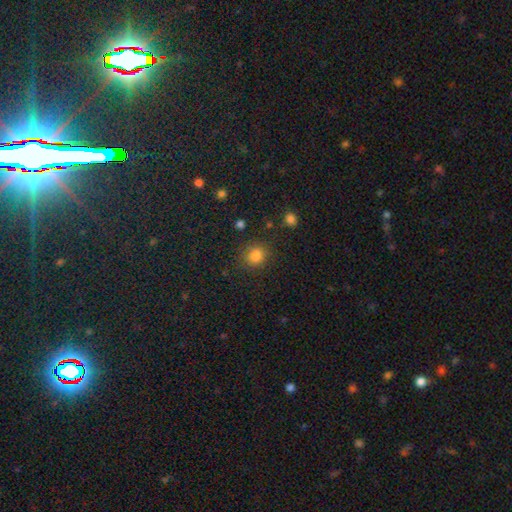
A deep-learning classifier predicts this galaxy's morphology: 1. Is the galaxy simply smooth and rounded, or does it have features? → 82% smooth, 13% star or artifact, 5% featured or disk.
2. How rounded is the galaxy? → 77% round, 22% in between, 1% cigar-shaped.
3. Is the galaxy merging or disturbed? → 82% none, 11% minor disturbance, 4% major disturbance, 3% merger.